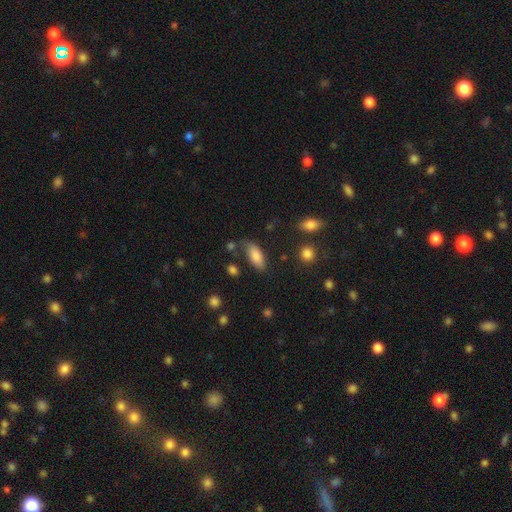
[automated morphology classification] Smooth or featured?
  - smooth: 84% *
  - featured or disk: 9%
  - star or artifact: 7%
How rounded?
  - in between: 85% *
  - cigar-shaped: 13%
  - round: 2%
Merging?
  - none: 70% *
  - minor disturbance: 20%
  - major disturbance: 6%
  - merger: 5%